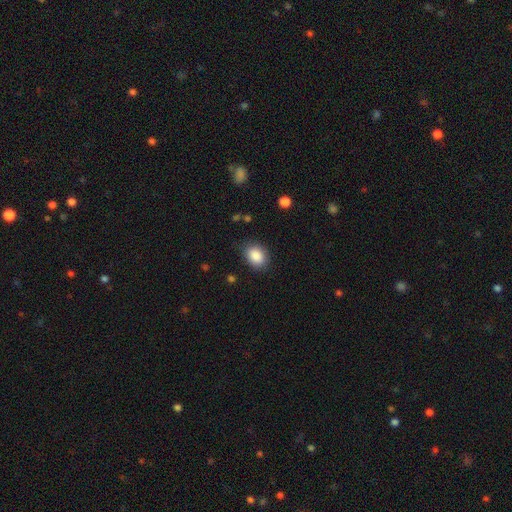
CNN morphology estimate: Smooth or featured? smooth (88%)
How rounded? in between (62%)
Merging? none (83%)